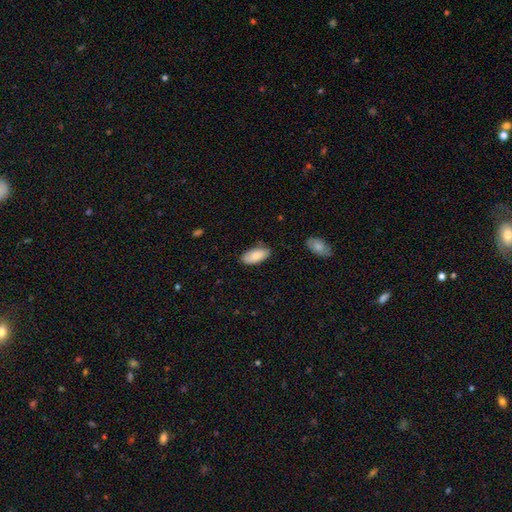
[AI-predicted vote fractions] A smooth galaxy with no disk features (84%) that is in between round and cigar-shaped (92%).

Vote fractions:
- Smooth or featured? smooth: 84% / featured or disk: 10% / star or artifact: 6%
- How rounded? in between: 92% / cigar-shaped: 6% / round: 2%
- Merging? none: 82% / minor disturbance: 14% / major disturbance: 2% / merger: 2%